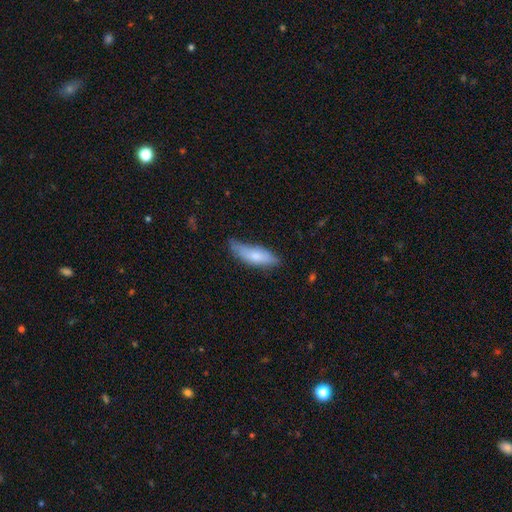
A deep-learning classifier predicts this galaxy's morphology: smooth 71%, featured or disk 23%, star or artifact 6%. Down the decision tree: how rounded — in between (52%); merging — none (54%).